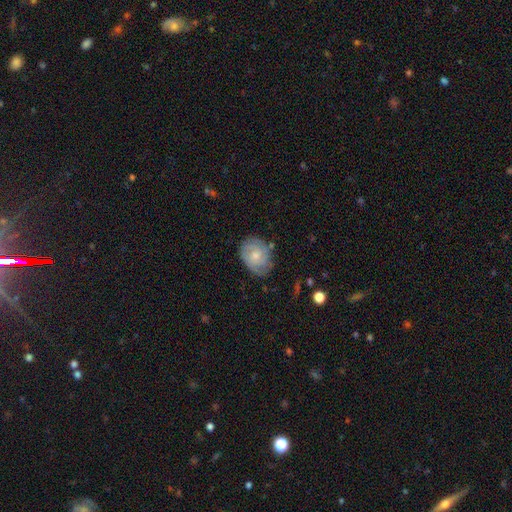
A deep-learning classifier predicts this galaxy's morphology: Smooth or featured? Predicted: featured or disk (p=0.54). Edge-on disk? Predicted: no (p=0.97). Bar? Predicted: no (p=0.75). Spiral arms? Predicted: yes (p=0.81). Bulge size? Predicted: moderate (p=0.47). Merging? Predicted: none (p=0.70).